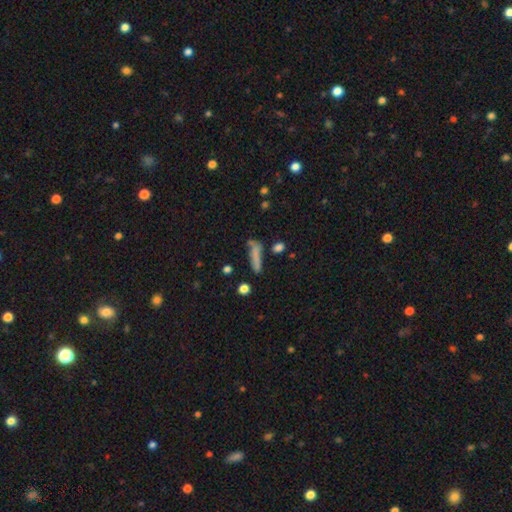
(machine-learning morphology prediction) Smooth or featured? Predicted: smooth (p=0.73). How rounded? Predicted: cigar-shaped (p=0.79). Merging? Predicted: none (p=0.59).